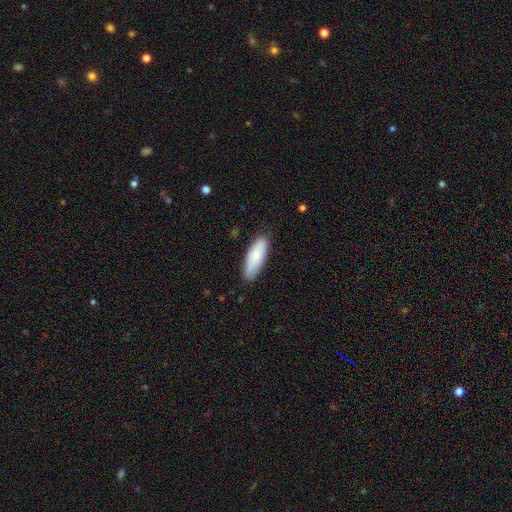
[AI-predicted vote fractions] Smooth or featured? smooth (82%)
How rounded? in between (64%)
Merging? none (85%)